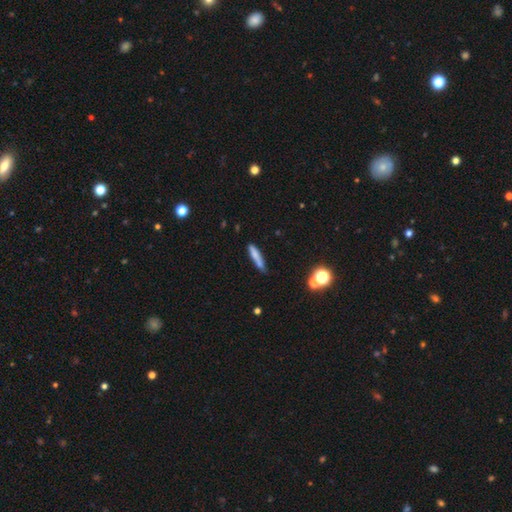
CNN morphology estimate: type=smooth (74%); roundness=cigar-shaped (89%); merging=none (71%).